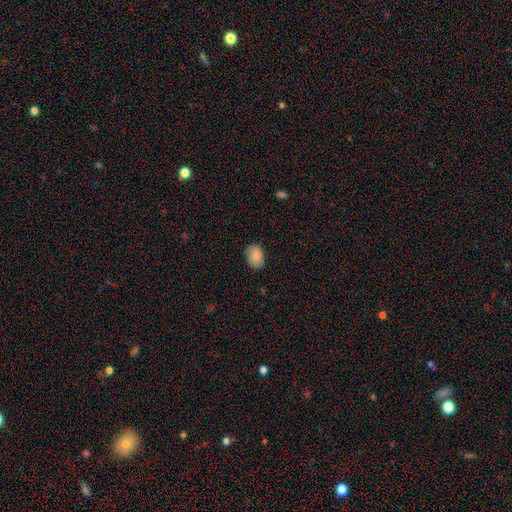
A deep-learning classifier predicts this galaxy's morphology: smooth-or-featured: smooth: 88% | star or artifact: 7% | featured or disk: 5%
  how-rounded: in between: 76% | round: 22% | cigar-shaped: 1%
  merging: none: 81% | minor disturbance: 15% | major disturbance: 3% | merger: 1%